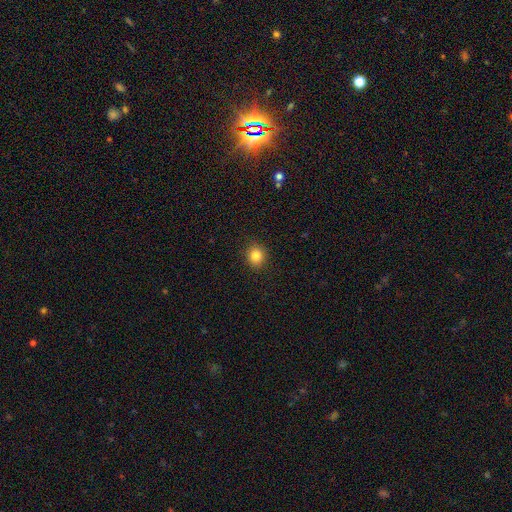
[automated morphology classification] smooth 84%, star or artifact 11%, featured or disk 5%. Down the decision tree: how rounded — round (85%); merging — none (90%).